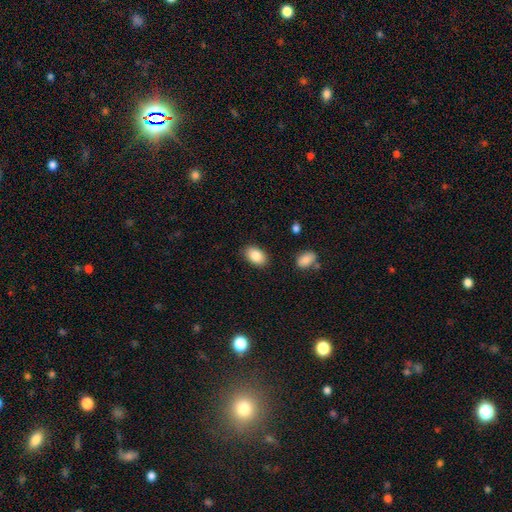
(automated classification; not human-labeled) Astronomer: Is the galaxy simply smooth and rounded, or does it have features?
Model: smooth — 86%.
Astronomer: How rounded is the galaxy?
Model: in between — 90%.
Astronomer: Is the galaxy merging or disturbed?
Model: none — 86%.